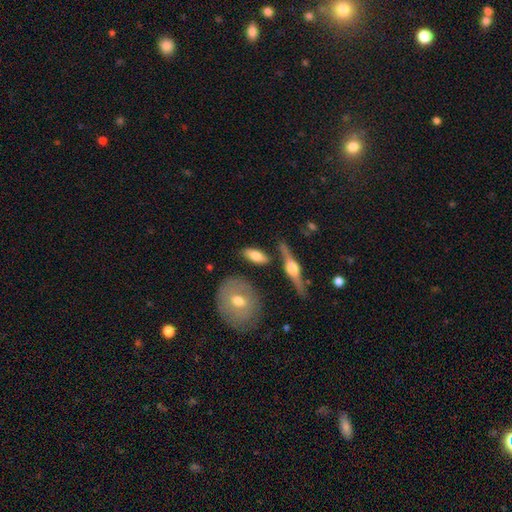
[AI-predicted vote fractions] smooth-or-featured: smooth: 65% | featured or disk: 29% | star or artifact: 6%
  how-rounded: in between: 77% | cigar-shaped: 18% | round: 5%
  merging: none: 76% | minor disturbance: 13% | merger: 7% | major disturbance: 4%